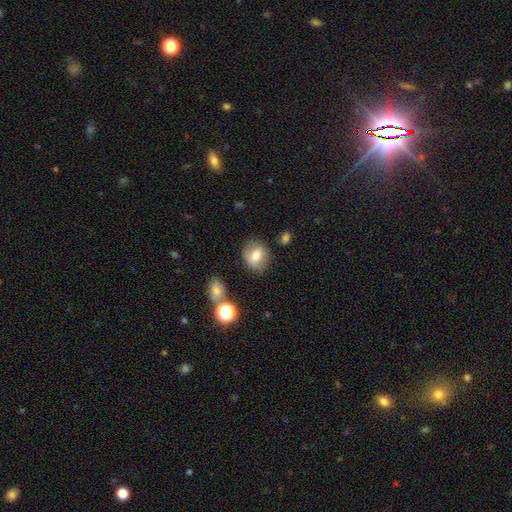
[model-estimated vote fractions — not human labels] Smooth or featured: smooth — 71% (featured or disk — 19%)
How rounded: round — 60% (in between — 39%)
Merging: none — 78% (minor disturbance — 14%)